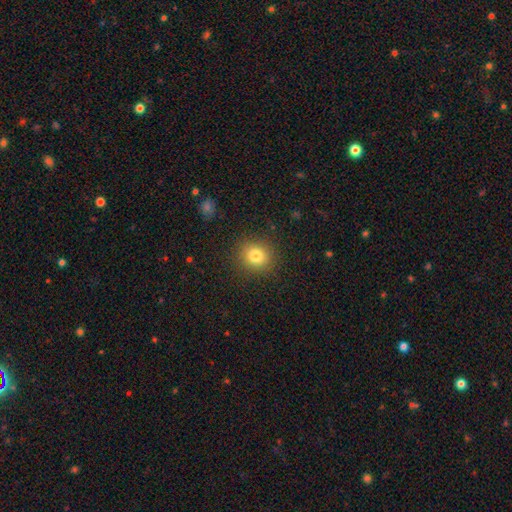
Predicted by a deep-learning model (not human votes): smooth-or-featured: smooth: 81% | star or artifact: 12% | featured or disk: 8%
  how-rounded: round: 80% | in between: 19% | cigar-shaped: 1%
  merging: none: 88% | minor disturbance: 8% | major disturbance: 3% | merger: 1%